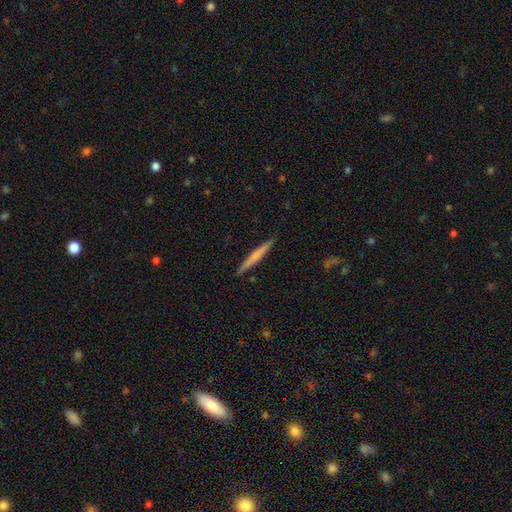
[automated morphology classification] Q: Smooth or featured?
A: smooth (58%); runner-up: featured or disk (37%)
Q: How rounded?
A: cigar-shaped (96%); runner-up: in between (2%)
Q: Merging?
A: none (91%); runner-up: minor disturbance (6%)